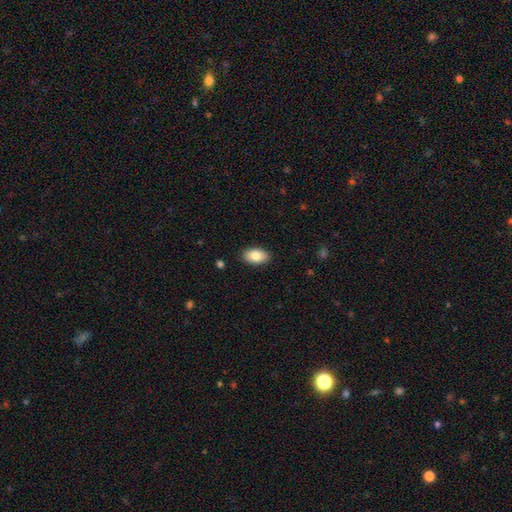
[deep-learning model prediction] Smooth or featured? smooth (84%)
How rounded? in between (93%)
Merging? none (89%)